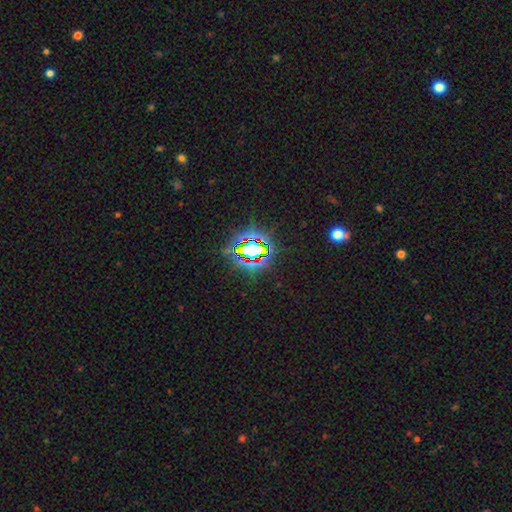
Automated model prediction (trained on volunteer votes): A star or artifact, not a galaxy (75%).